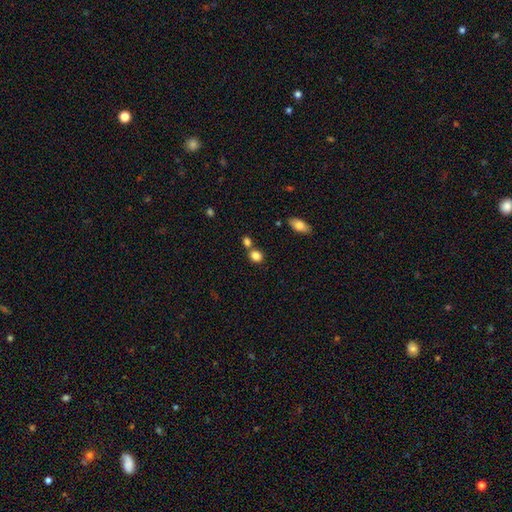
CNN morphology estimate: type=smooth (84%); roundness=round (70%); merging=none (58%).